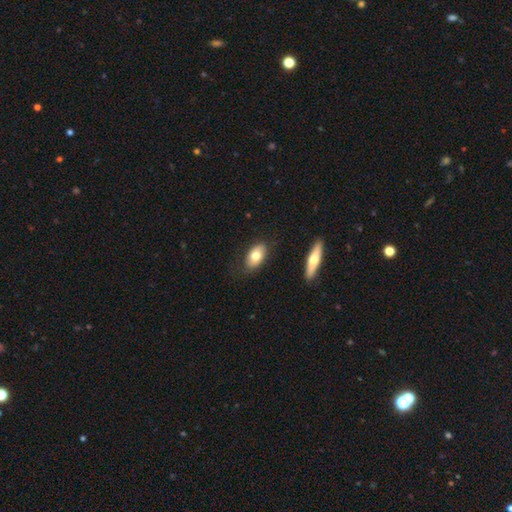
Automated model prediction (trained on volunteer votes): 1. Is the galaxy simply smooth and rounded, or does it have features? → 71% smooth, 22% featured or disk, 6% star or artifact.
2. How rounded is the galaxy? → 91% in between, 6% round, 3% cigar-shaped.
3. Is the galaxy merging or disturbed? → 80% none, 14% minor disturbance, 3% major disturbance, 2% merger.